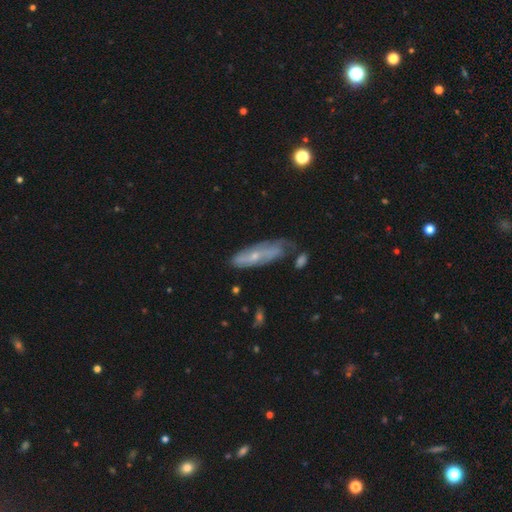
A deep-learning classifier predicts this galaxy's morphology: Smooth or featured?
  - featured or disk: 56% *
  - smooth: 37%
  - star or artifact: 8%
Edge-on disk?
  - no: 70% *
  - yes: 30%
Merging?
  - none: 51% *
  - minor disturbance: 31%
  - major disturbance: 11%
  - merger: 7%